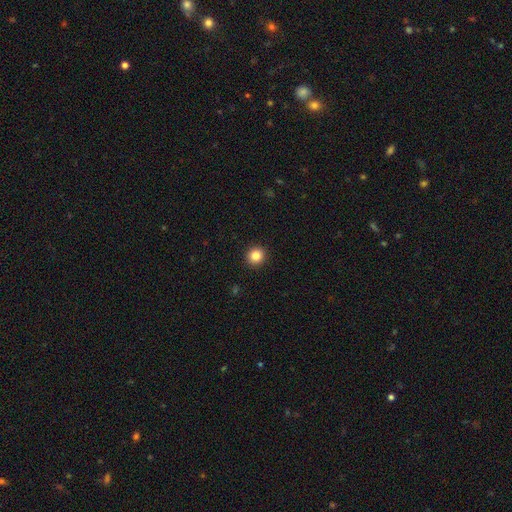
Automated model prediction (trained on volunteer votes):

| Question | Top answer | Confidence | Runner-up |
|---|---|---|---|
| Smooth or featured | smooth | 84% | star or artifact (11%) |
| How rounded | round | 93% | in between (7%) |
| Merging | none | 93% | minor disturbance (4%) |